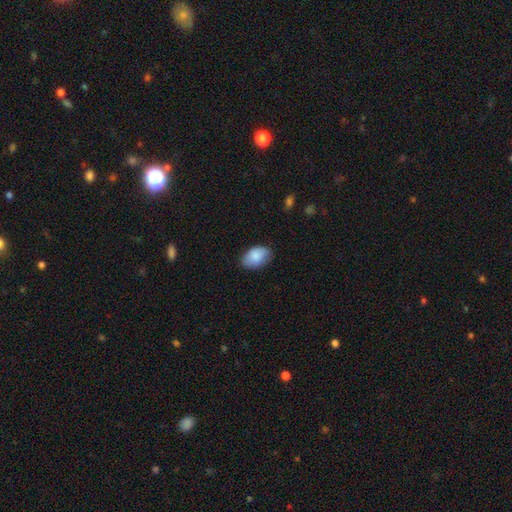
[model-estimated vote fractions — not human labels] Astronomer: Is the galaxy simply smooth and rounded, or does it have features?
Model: smooth — 85%.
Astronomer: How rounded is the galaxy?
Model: in between — 90%.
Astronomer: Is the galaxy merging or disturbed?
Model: none — 74%.